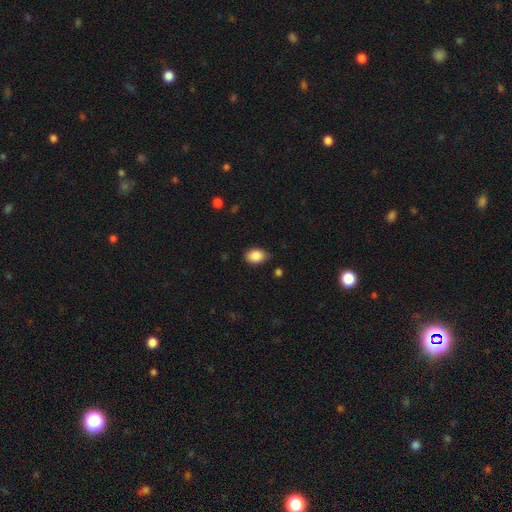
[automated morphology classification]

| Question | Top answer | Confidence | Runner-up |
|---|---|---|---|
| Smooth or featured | smooth | 87% | star or artifact (8%) |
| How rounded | in between | 80% | round (19%) |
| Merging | none | 75% | minor disturbance (20%) |